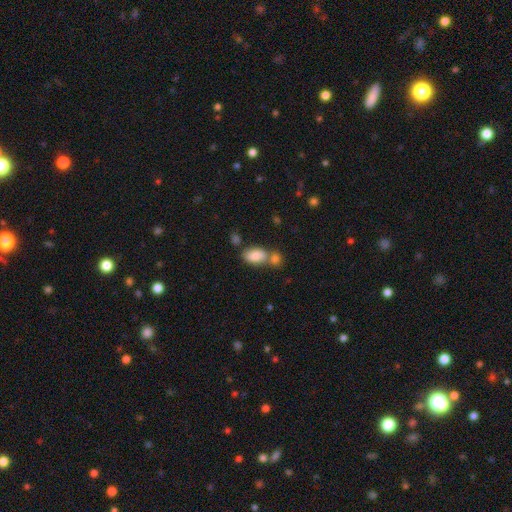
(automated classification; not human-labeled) smooth 84%, featured or disk 9%, star or artifact 8%. Down the decision tree: how rounded — in between (91%); merging — none (41%, tied with merger).